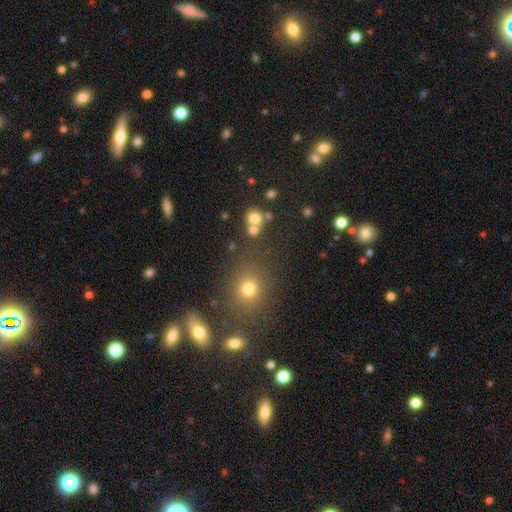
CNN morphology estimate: A smooth galaxy with no disk features (53%) that is round (80%). Merging: none (79%).